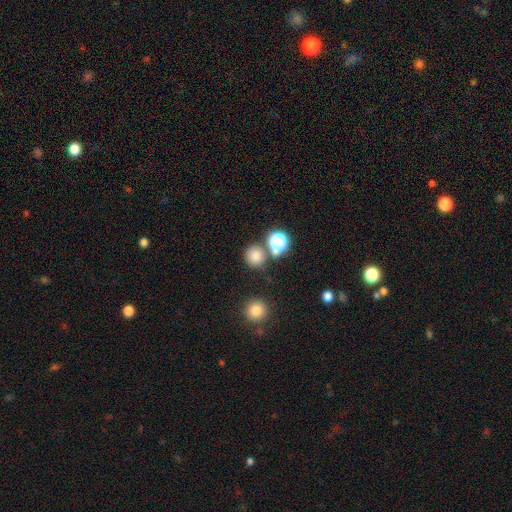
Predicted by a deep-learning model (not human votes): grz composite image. It shows a smooth galaxy with no disk features (74%) that is round (90%). Merging: none (75%).